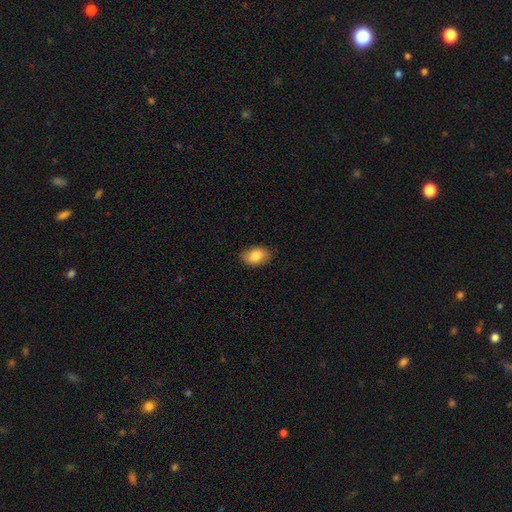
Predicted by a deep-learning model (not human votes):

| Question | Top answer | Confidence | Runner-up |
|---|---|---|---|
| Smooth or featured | smooth | 84% | featured or disk (9%) |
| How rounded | in between | 88% | round (11%) |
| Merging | none | 86% | minor disturbance (11%) |